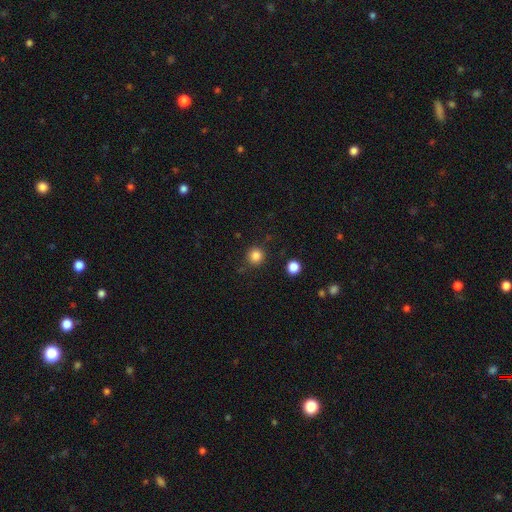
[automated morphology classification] type=smooth (84%); roundness=round (93%); merging=none (86%).